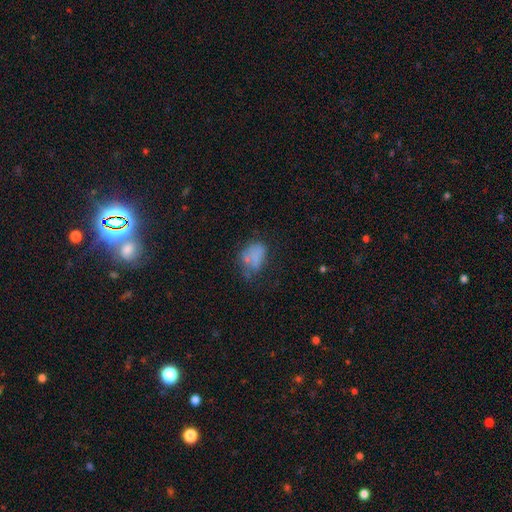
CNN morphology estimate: Smooth or featured?
  - smooth: 65% *
  - featured or disk: 21%
  - star or artifact: 14%
How rounded?
  - in between: 76% *
  - round: 23%
  - cigar-shaped: 2%
Merging?
  - none: 40% *
  - minor disturbance: 27%
  - major disturbance: 22%
  - merger: 10%